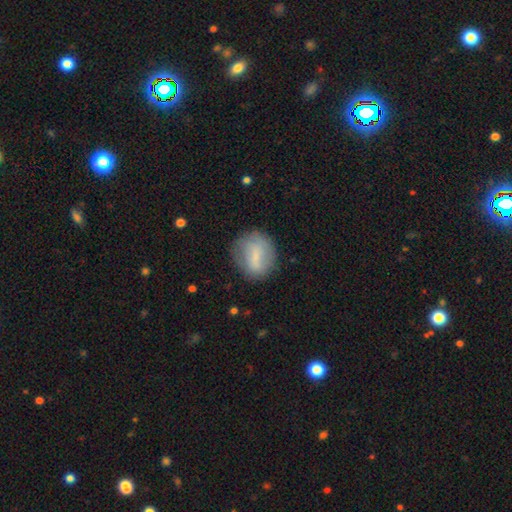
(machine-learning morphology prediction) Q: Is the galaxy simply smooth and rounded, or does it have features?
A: smooth — 68%.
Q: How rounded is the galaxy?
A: round — 56%.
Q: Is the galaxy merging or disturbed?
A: none — 71%.